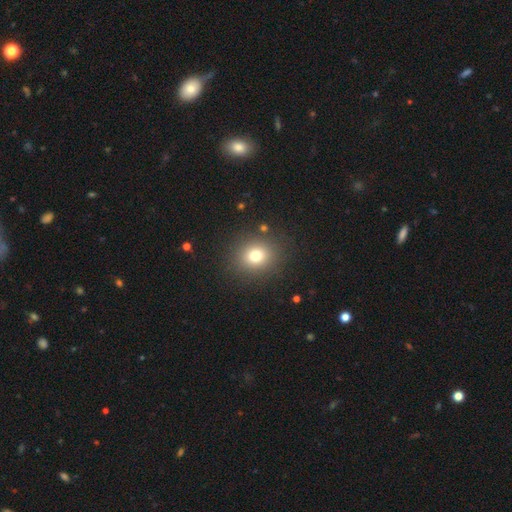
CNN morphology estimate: A smooth galaxy with no disk features (75%) that is round (80%). Merging: none (88%).